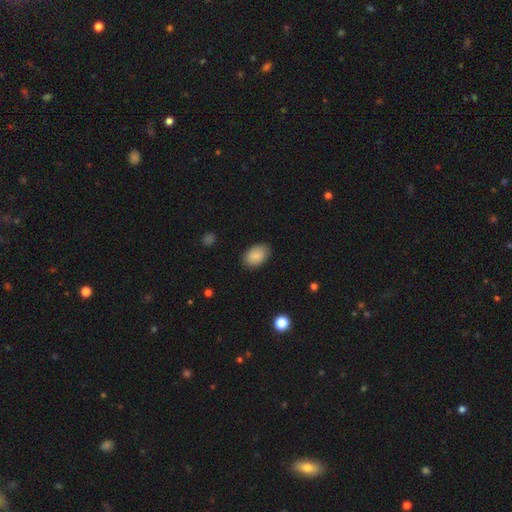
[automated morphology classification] type=smooth (87%); roundness=in between (88%); merging=none (84%).